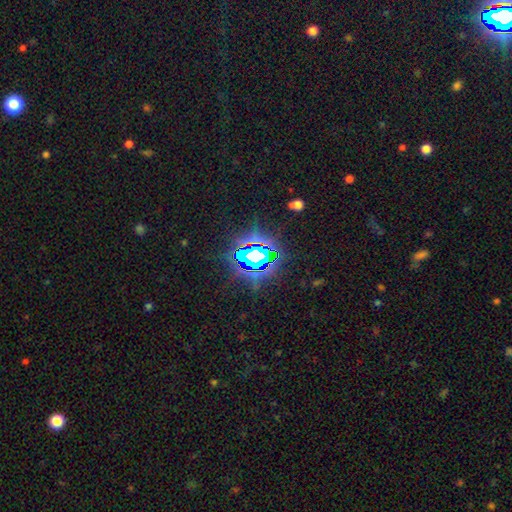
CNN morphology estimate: Smooth or featured? Predicted: star or artifact (p=0.77).